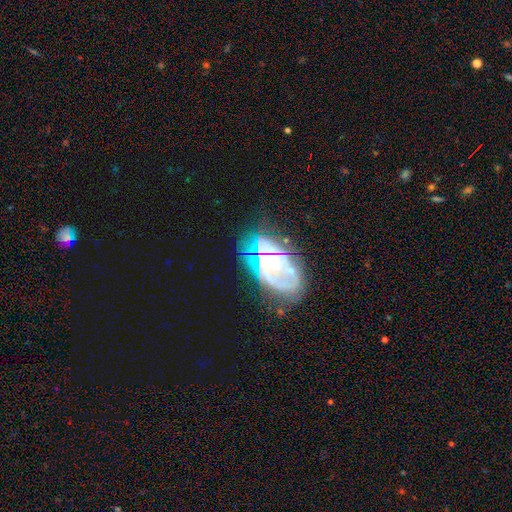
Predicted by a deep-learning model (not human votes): Smooth or featured? featured or disk (67%)
Edge-on disk? no (93%)
Bar? no (73%)
Spiral arms? yes (57%)
Bulge size? moderate (64%)
Merging? none (53%)